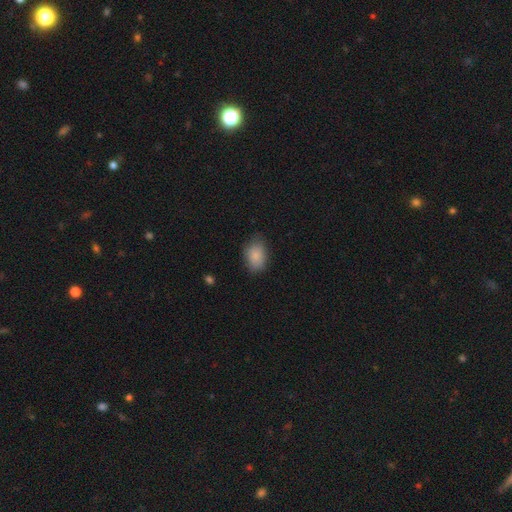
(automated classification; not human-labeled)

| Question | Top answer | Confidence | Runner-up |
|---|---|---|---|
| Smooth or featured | smooth | 86% | star or artifact (7%) |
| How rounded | in between | 81% | round (18%) |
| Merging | none | 72% | minor disturbance (22%) |